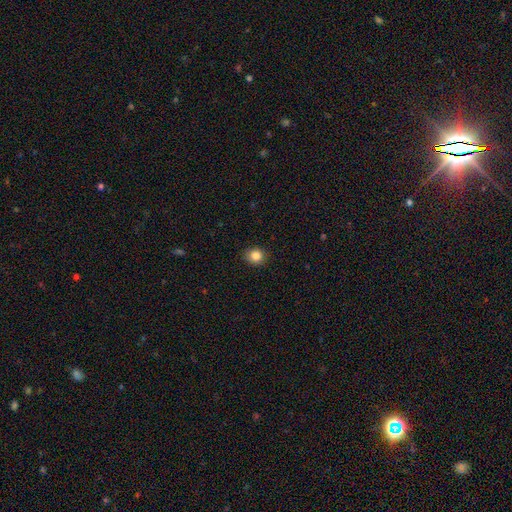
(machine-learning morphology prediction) type=smooth (84%); roundness=round (78%); merging=none (89%).